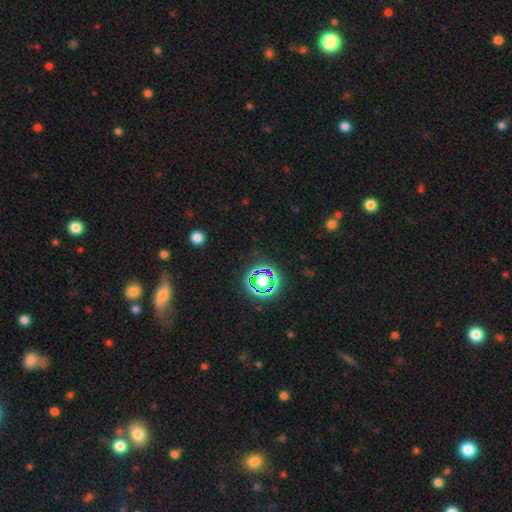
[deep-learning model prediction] smooth-or-featured: star or artifact: 66% | smooth: 21% | featured or disk: 13%